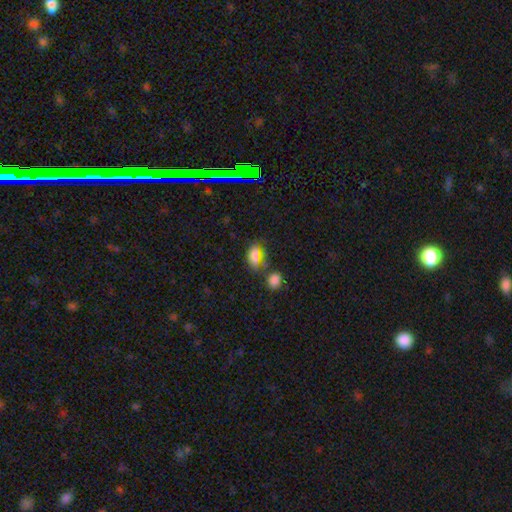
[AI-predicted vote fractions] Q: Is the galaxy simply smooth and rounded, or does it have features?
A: smooth — 72%.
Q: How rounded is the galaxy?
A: in between — 81%.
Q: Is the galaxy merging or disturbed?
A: none — 57%.